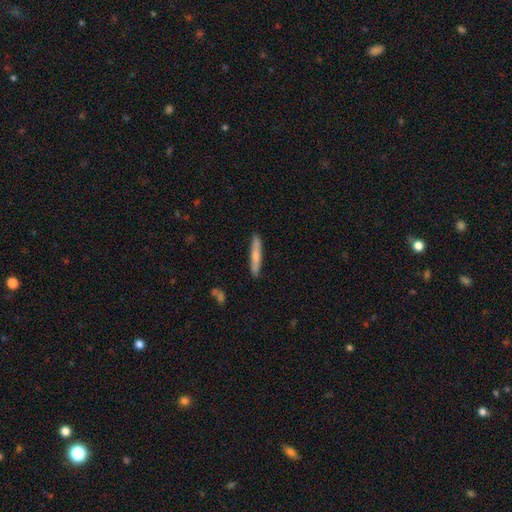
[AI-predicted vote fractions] Overall: smooth (70%). How rounded: cigar-shaped (94%). Merging: none (89%).